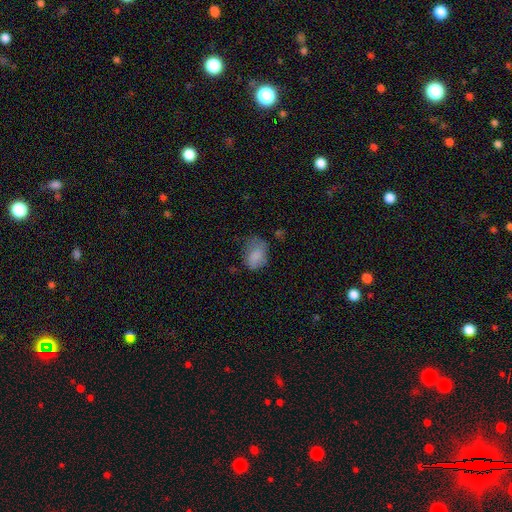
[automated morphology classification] smooth 80%, featured or disk 11%, star or artifact 9%. Down the decision tree: how rounded — in between (72%); merging — none (46%).